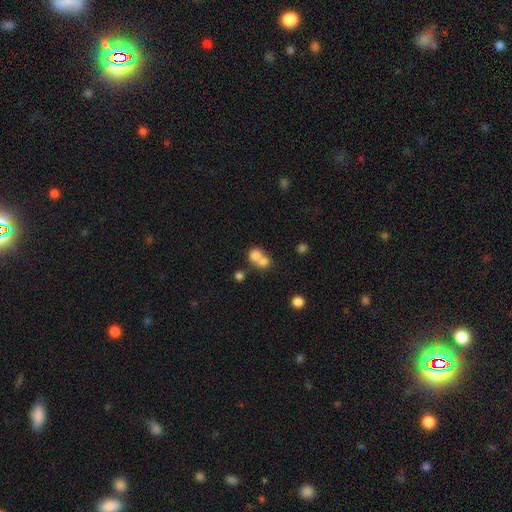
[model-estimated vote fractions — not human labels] A smooth galaxy with no disk features (73%) that is round (79%).

Vote fractions:
- Smooth or featured? smooth: 73% / featured or disk: 14% / star or artifact: 12%
- How rounded? round: 79% / in between: 20% / cigar-shaped: 1%
- Merging? merger: 62% / none: 30% / minor disturbance: 5% / major disturbance: 3%